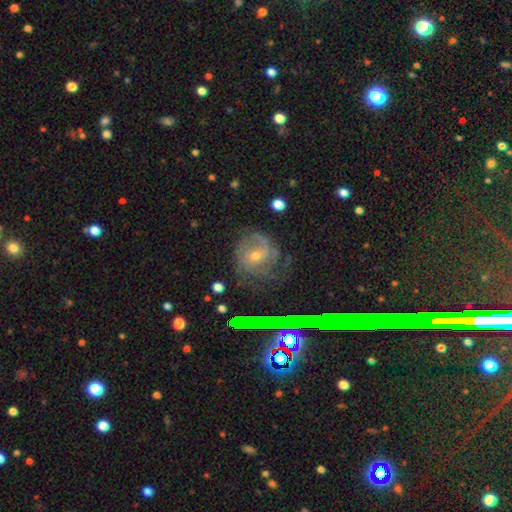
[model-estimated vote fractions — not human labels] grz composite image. It shows a featured or disk galaxy (74%) with no bar (52%), 2 (31%) tight (45%) spiral arms (93%) and a small central bulge (59%). Merging: none (65%).